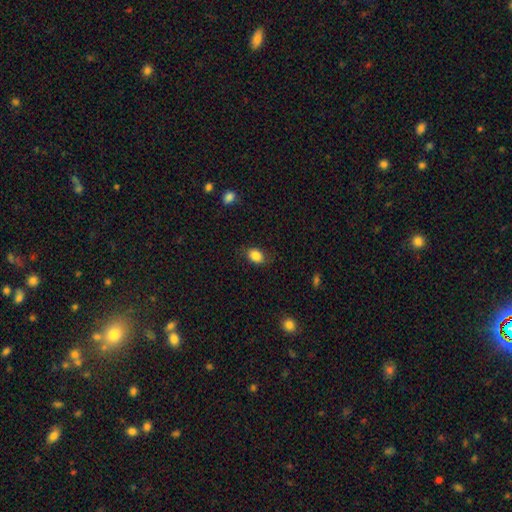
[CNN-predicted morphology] The model was most divided on "how rounded": in between: 72%, round: 26%, cigar-shaped: 1%. More confident: smooth or featured — smooth (86%); merging — none (78%).